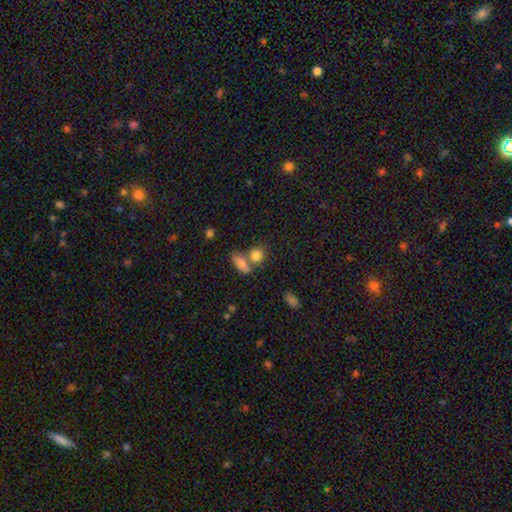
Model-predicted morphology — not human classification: Smooth or featured? Predicted: smooth (p=0.82). How rounded? Predicted: round (p=0.60). Merging? Predicted: none (p=0.49).